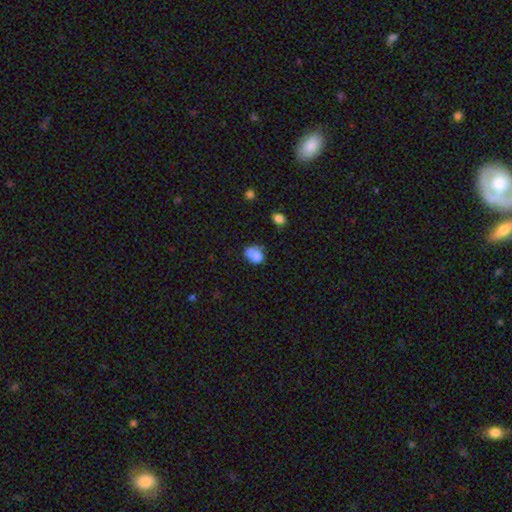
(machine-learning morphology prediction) smooth 72%, featured or disk 18%, star or artifact 10%. Down the decision tree: how rounded — round (54%); merging — merger (38%).